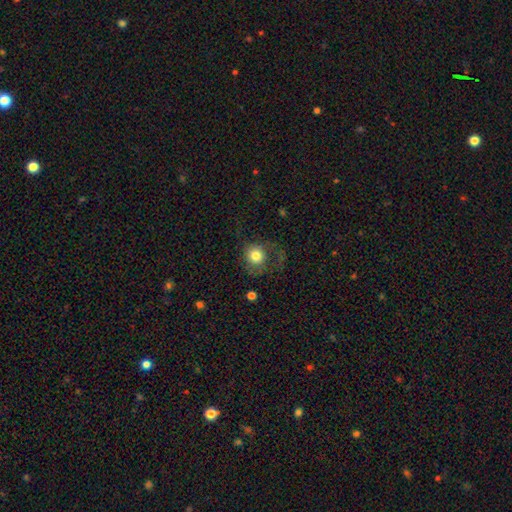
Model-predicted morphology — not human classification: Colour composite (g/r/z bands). It shows a smooth galaxy with no disk features (74%) that is round (85%). Merging: none (43%).